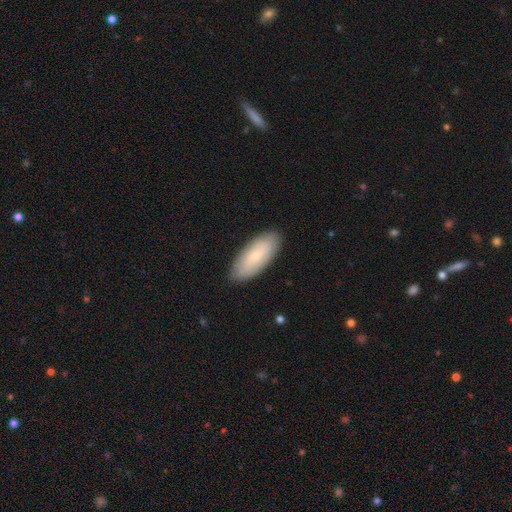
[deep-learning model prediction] A smooth galaxy with no disk features (72%) that is in between round and cigar-shaped (82%). Merging: none (87%).